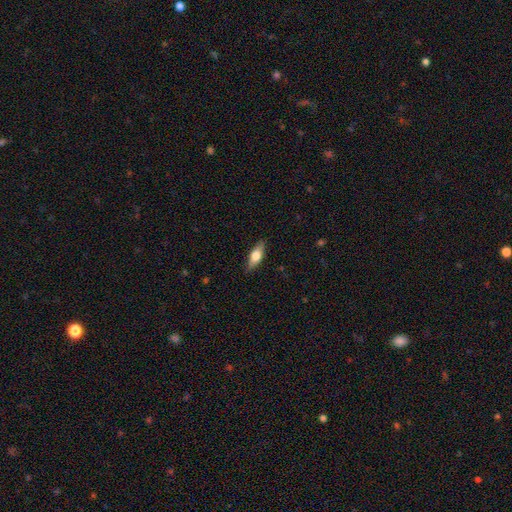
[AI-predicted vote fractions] Smooth or featured?
  - smooth: 59% *
  - featured or disk: 35%
  - star or artifact: 6%
How rounded?
  - in between: 65% *
  - cigar-shaped: 32%
  - round: 3%
Merging?
  - none: 85% *
  - minor disturbance: 12%
  - major disturbance: 2%
  - merger: 1%